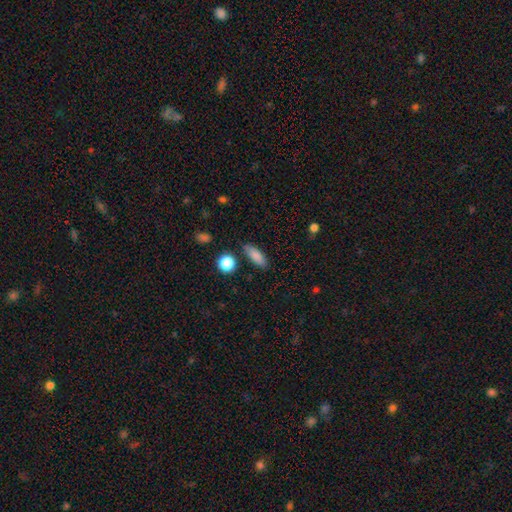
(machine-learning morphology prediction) Smooth or featured? Predicted: smooth (p=0.85). How rounded? Predicted: in between (p=0.66). Merging? Predicted: none (p=0.82).